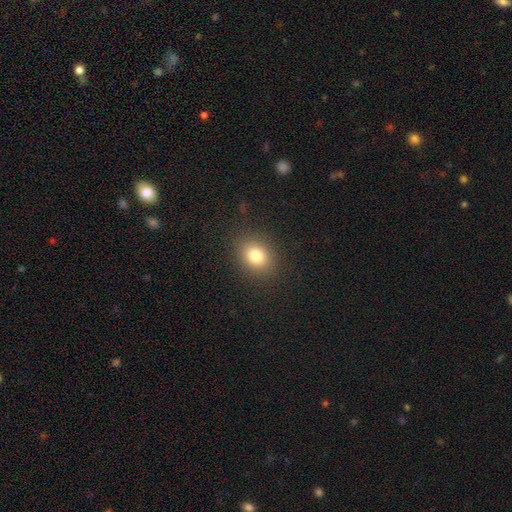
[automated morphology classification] smooth_or_featured: smooth (p=0.80) [alt: star or artifact p=0.12]
how_rounded: in between (p=0.50) [alt: round p=0.49]
merging: none (p=0.87) [alt: minor disturbance p=0.08]